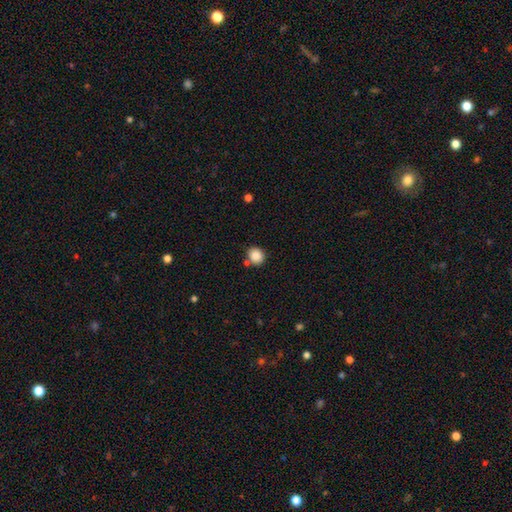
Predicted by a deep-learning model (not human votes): smooth 87%, star or artifact 9%, featured or disk 4%. Down the decision tree: how rounded — round (81%); merging — none (73%).